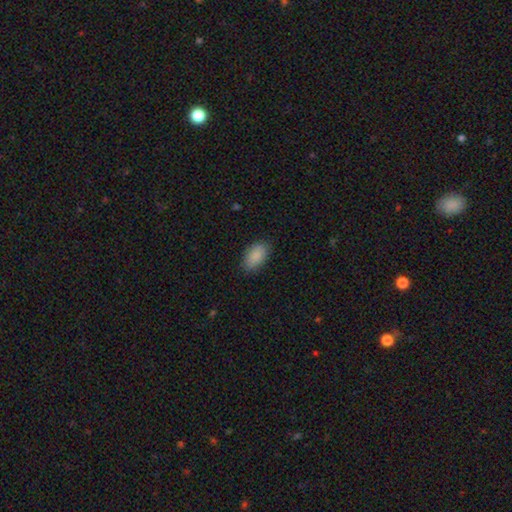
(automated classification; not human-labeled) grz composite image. It shows a smooth galaxy with no disk features (88%) that is in between round and cigar-shaped (93%). Merging: none (84%).